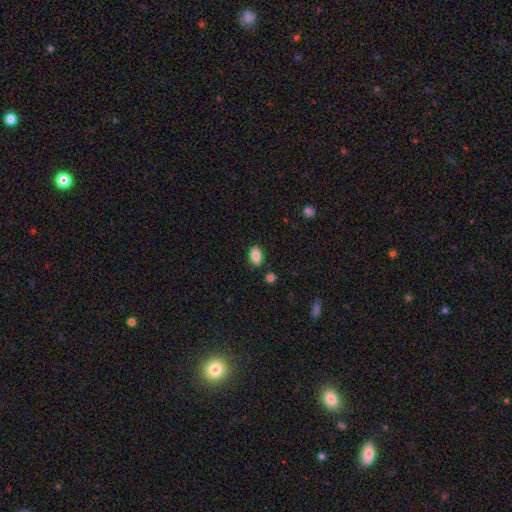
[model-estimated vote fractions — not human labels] Smooth or featured? Predicted: smooth (p=0.85). How rounded? Predicted: in between (p=0.90). Merging? Predicted: none (p=0.85).